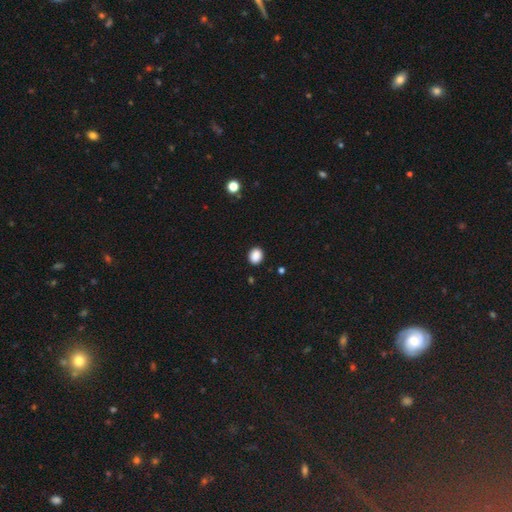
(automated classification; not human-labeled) Morphology: type=smooth (88%); roundness=round (60%); merging=none (90%).